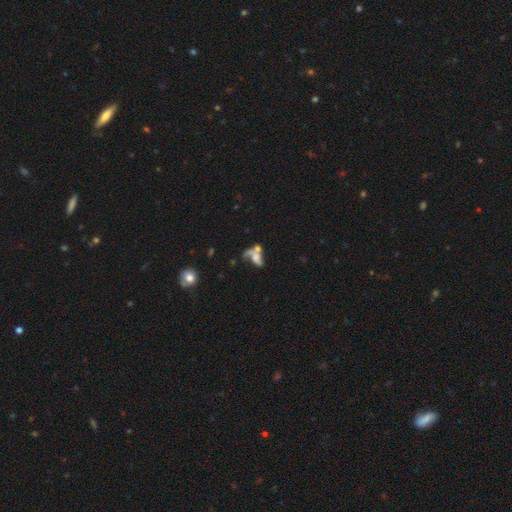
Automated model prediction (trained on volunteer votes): smooth-or-featured: smooth: 45% | featured or disk: 41% | star or artifact: 14%
  merging: merger: 50% | major disturbance: 22% | none: 18% | minor disturbance: 10%